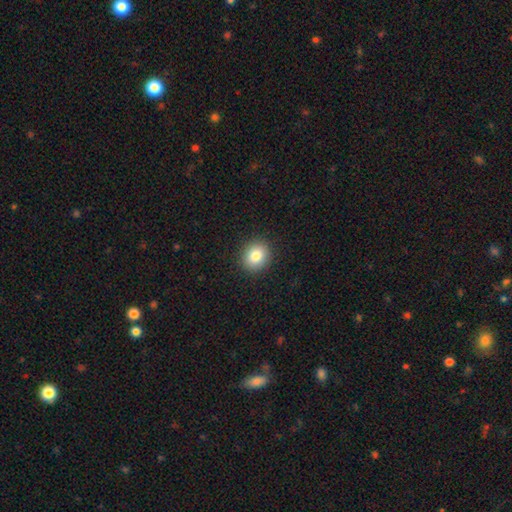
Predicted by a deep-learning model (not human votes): A smooth galaxy with no disk features (83%) that is round (74%).

Vote fractions:
- Smooth or featured? smooth: 83% / star or artifact: 10% / featured or disk: 7%
- How rounded? round: 74% / in between: 25% / cigar-shaped: 1%
- Merging? none: 91% / minor disturbance: 6% / major disturbance: 2% / merger: 1%